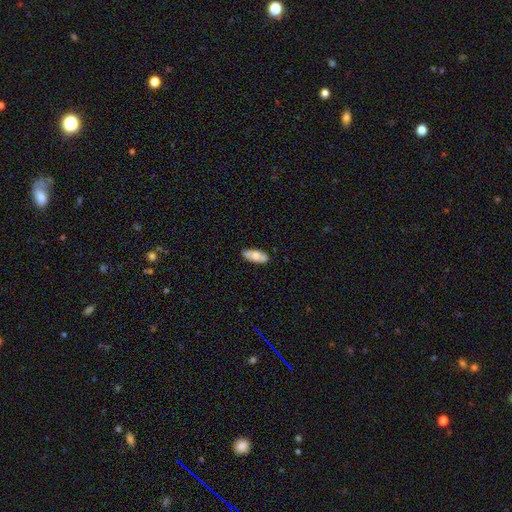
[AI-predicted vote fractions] Morphology: type=smooth (68%); roundness=in between (84%); merging=none (85%).